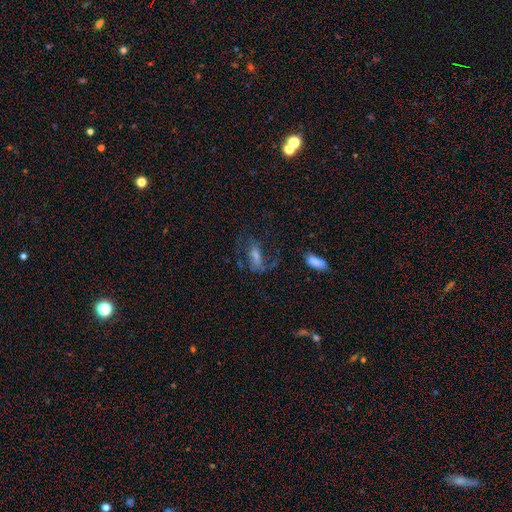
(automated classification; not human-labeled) Smooth or featured? Predicted: featured or disk (p=0.50). Edge-on disk? Predicted: no (p=0.86). Merging? Predicted: none (p=0.53).